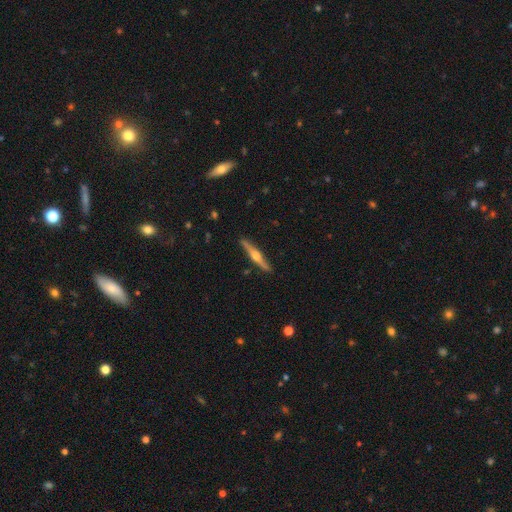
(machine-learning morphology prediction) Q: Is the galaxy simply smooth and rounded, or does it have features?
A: featured or disk — 77%.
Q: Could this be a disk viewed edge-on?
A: yes — 98%.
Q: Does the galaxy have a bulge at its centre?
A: rounded — 92%.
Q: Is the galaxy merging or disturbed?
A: none — 91%.